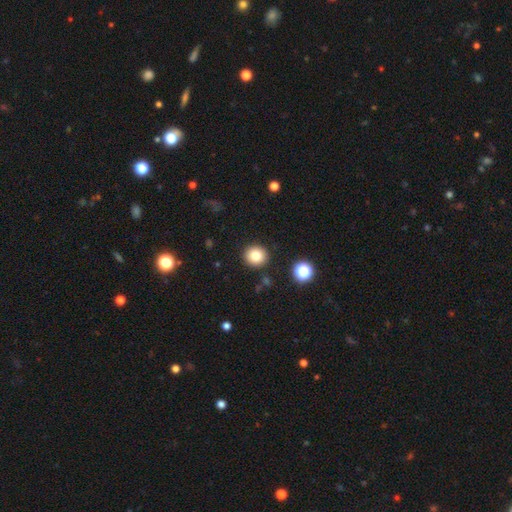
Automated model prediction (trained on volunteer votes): smooth-or-featured: smooth: 81% | star or artifact: 12% | featured or disk: 7%
  how-rounded: round: 92% | in between: 7% | cigar-shaped: 1%
  merging: none: 90% | minor disturbance: 6% | merger: 2% | major disturbance: 2%